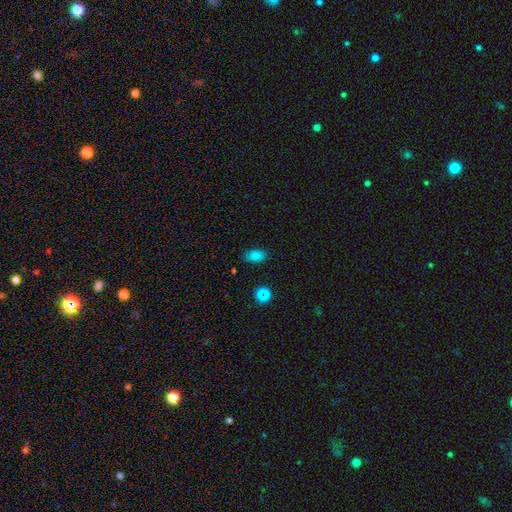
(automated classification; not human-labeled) Smooth or featured? smooth (81%)
How rounded? in between (88%)
Merging? none (84%)